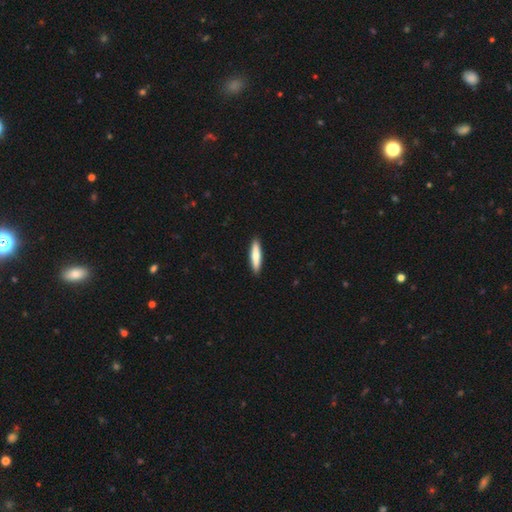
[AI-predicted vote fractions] Q: Smooth or featured?
A: smooth (75%); runner-up: featured or disk (20%)
Q: How rounded?
A: cigar-shaped (83%); runner-up: in between (16%)
Q: Merging?
A: none (92%); runner-up: minor disturbance (6%)